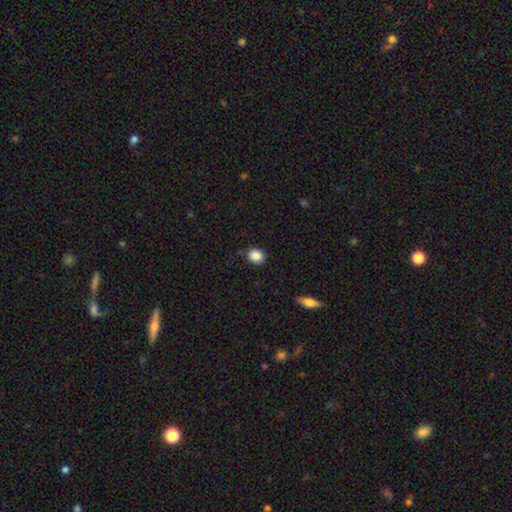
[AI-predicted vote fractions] A smooth galaxy with no disk features (88%) that is round (64%).

Vote fractions:
- Smooth or featured? smooth: 88% / star or artifact: 9% / featured or disk: 3%
- How rounded? round: 64% / in between: 35% / cigar-shaped: 1%
- Merging? none: 85% / minor disturbance: 11% / major disturbance: 3% / merger: 1%